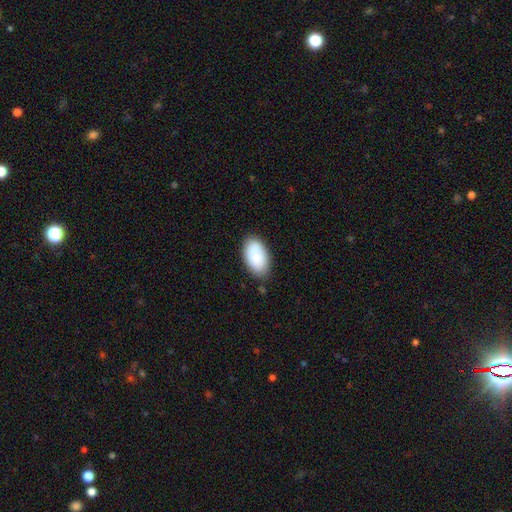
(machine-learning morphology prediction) Smooth or featured?
  - smooth: 87% *
  - featured or disk: 7%
  - star or artifact: 6%
How rounded?
  - in between: 95% *
  - round: 4%
  - cigar-shaped: 2%
Merging?
  - none: 81% *
  - minor disturbance: 14%
  - major disturbance: 3%
  - merger: 2%